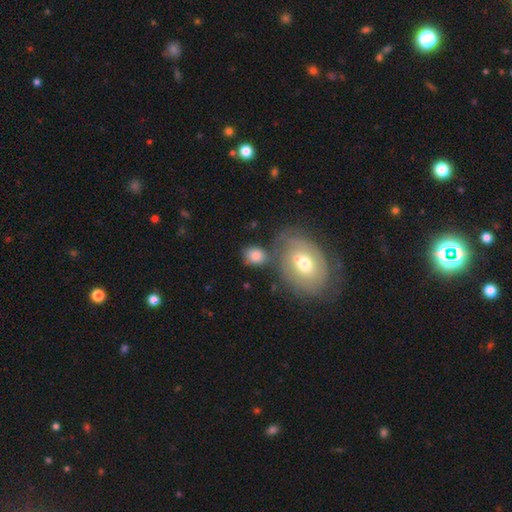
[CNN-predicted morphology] This is likely a smooth galaxy (79%). How rounded: possibly round (56%). Merging: possibly none (55%).